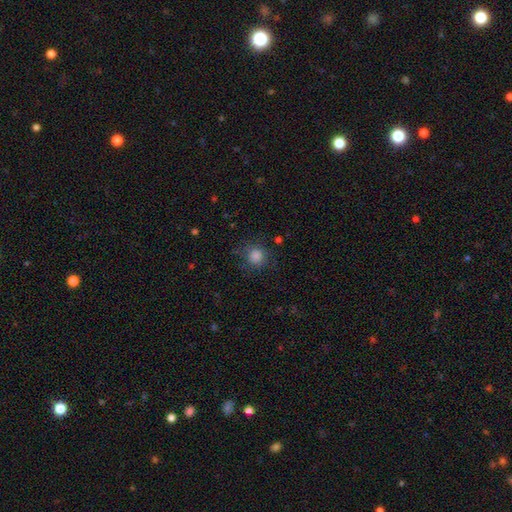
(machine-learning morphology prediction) A smooth galaxy with no disk features (80%) that is round (91%).

Vote fractions:
- Smooth or featured? smooth: 80% / star or artifact: 13% / featured or disk: 7%
- How rounded? round: 91% / in between: 8% / cigar-shaped: 1%
- Merging? none: 78% / minor disturbance: 14% / major disturbance: 7% / merger: 1%